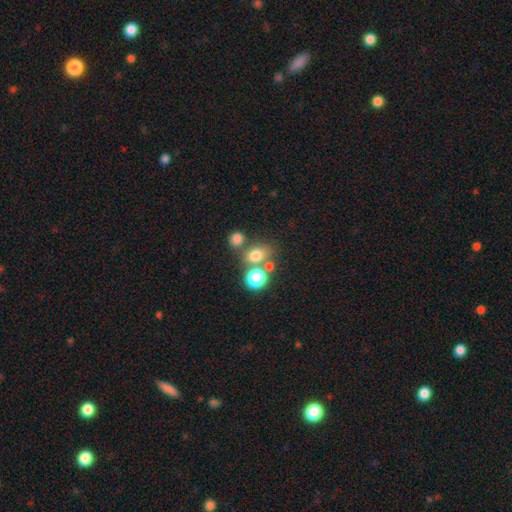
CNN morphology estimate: smooth_or_featured: smooth (p=0.71) [alt: star or artifact p=0.19]
how_rounded: round (p=0.58) [alt: in between p=0.41]
merging: none (p=0.59) [alt: merger p=0.27]